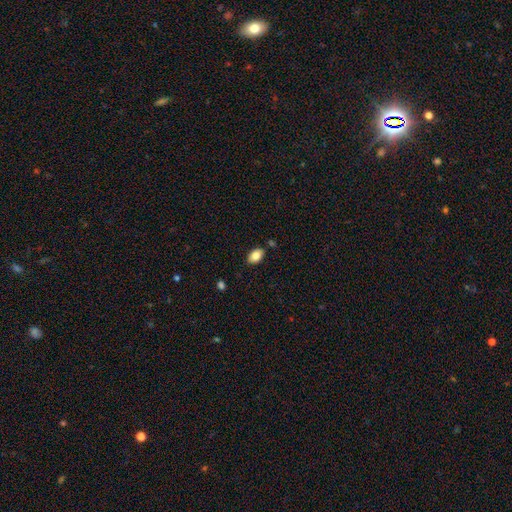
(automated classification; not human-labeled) A smooth galaxy with no disk features (83%) that is in between round and cigar-shaped (89%).

Vote fractions:
- Smooth or featured? smooth: 83% / featured or disk: 9% / star or artifact: 8%
- How rounded? in between: 89% / round: 9% / cigar-shaped: 1%
- Merging? none: 83% / minor disturbance: 11% / merger: 4% / major disturbance: 2%